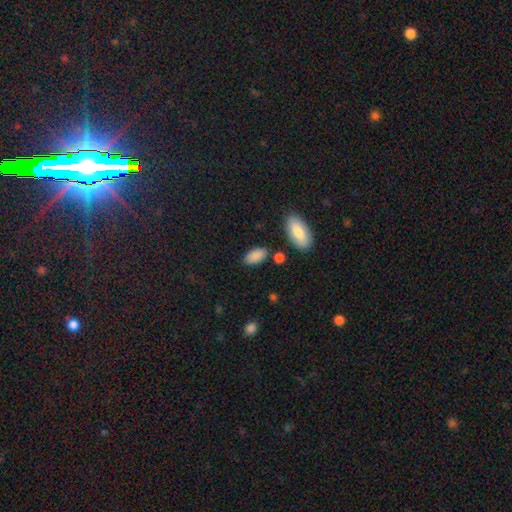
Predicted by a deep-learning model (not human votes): Smooth or featured? Predicted: smooth (p=0.88). How rounded? Predicted: in between (p=0.91). Merging? Predicted: none (p=0.79).